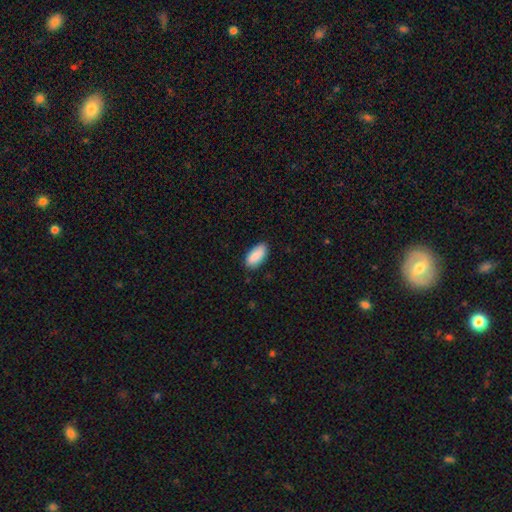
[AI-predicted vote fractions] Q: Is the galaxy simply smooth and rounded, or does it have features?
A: smooth — 89%.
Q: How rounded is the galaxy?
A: in between — 92%.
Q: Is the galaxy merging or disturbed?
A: none — 84%.